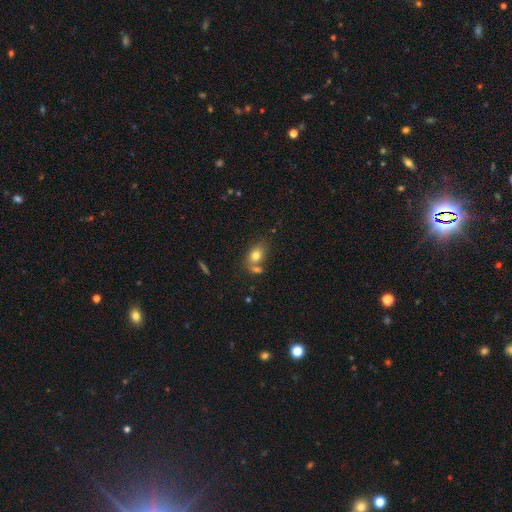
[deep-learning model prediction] A smooth galaxy with no disk features (76%) that is in between round and cigar-shaped (75%). Merging: none (51%).